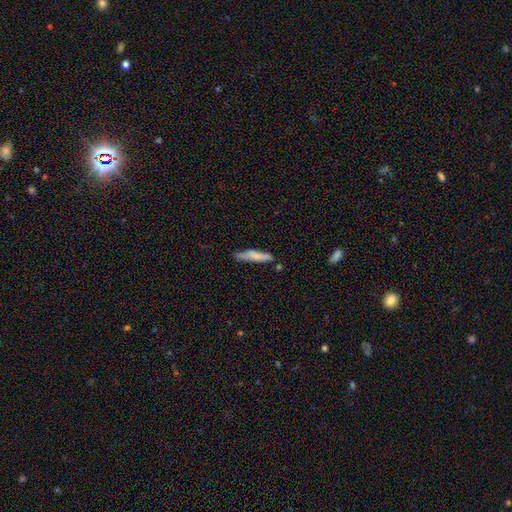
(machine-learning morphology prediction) Smooth or featured? smooth (74%)
How rounded? cigar-shaped (89%)
Merging? none (71%)